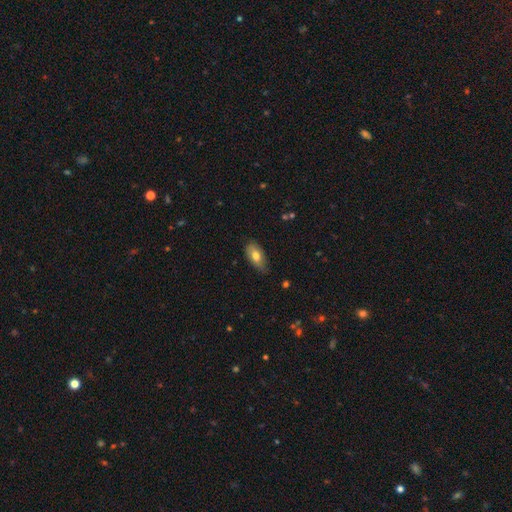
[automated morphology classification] smooth_or_featured: smooth (p=0.74) [alt: featured or disk p=0.20]
how_rounded: in between (p=0.90) [alt: cigar-shaped p=0.07]
merging: none (p=0.71) [alt: minor disturbance p=0.24]